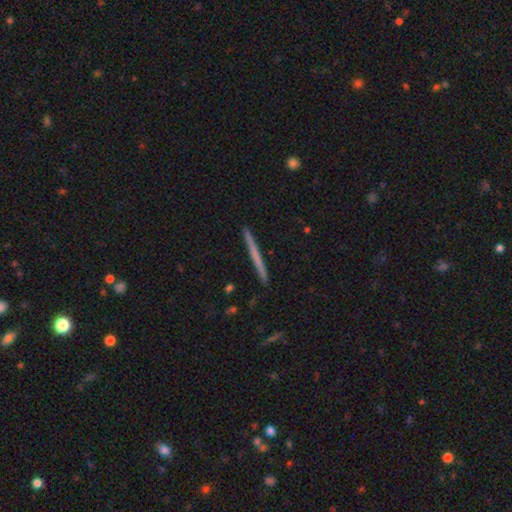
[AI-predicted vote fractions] Overall: smooth (50%; featured or disk 45%). Merging: none (93%).